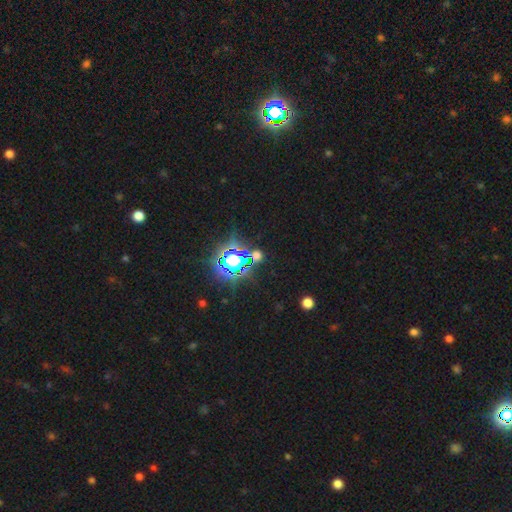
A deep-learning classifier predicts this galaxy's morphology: star or artifact 65%, smooth 26%, featured or disk 8%.